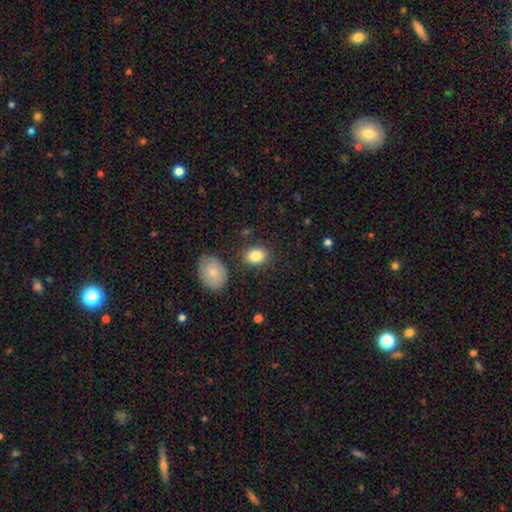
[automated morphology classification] Q: Smooth or featured?
A: smooth (86%); runner-up: star or artifact (8%)
Q: How rounded?
A: in between (63%); runner-up: round (36%)
Q: Merging?
A: none (81%); runner-up: minor disturbance (11%)